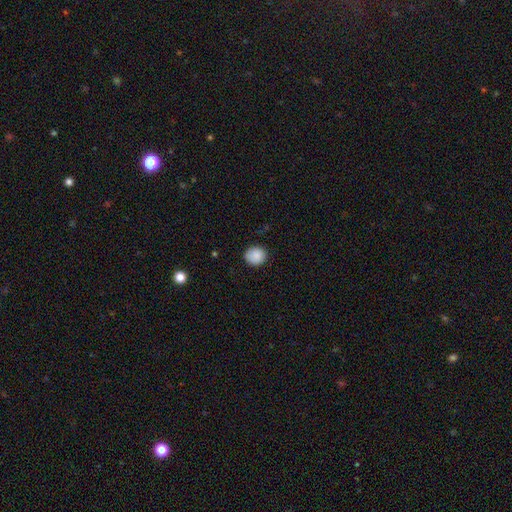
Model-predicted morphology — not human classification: This is clearly a smooth galaxy (88%). How rounded: clearly round (81%). Merging: clearly none (85%).